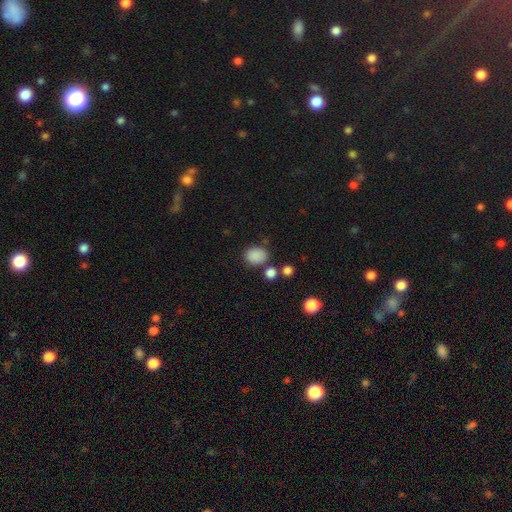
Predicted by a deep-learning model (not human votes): smooth-or-featured: smooth: 86% | star or artifact: 10% | featured or disk: 4%
  how-rounded: in between: 53% | round: 46% | cigar-shaped: 1%
  merging: none: 75% | minor disturbance: 13% | merger: 8% | major disturbance: 4%